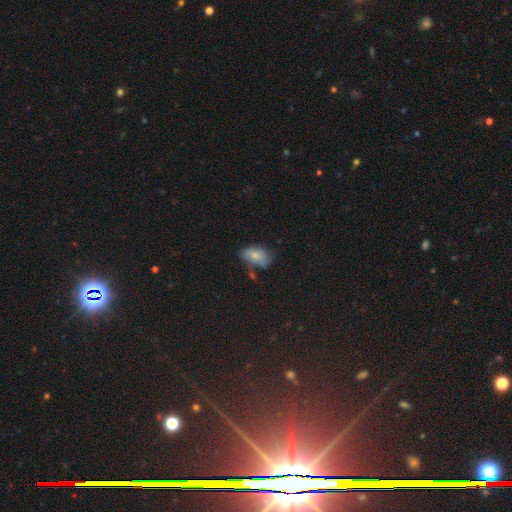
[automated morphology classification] This appears to be a smooth galaxy with no disk features (74%) that is in between round and cigar-shaped (89%). Merging: none (45%).